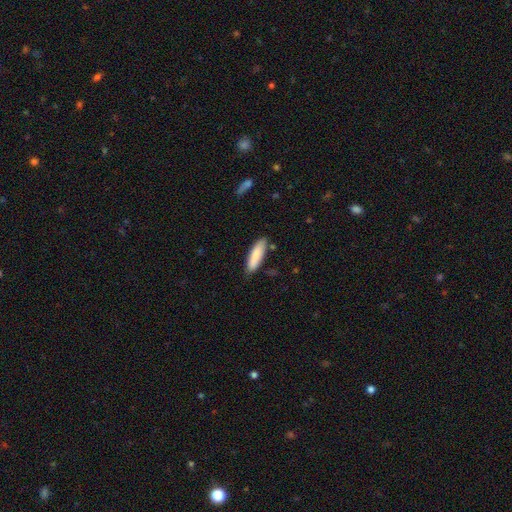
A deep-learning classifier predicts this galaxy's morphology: Smooth or featured?
  - smooth: 85% *
  - featured or disk: 10%
  - star or artifact: 6%
How rounded?
  - cigar-shaped: 61% *
  - in between: 37%
  - round: 1%
Merging?
  - none: 81% *
  - minor disturbance: 14%
  - major disturbance: 2%
  - merger: 2%